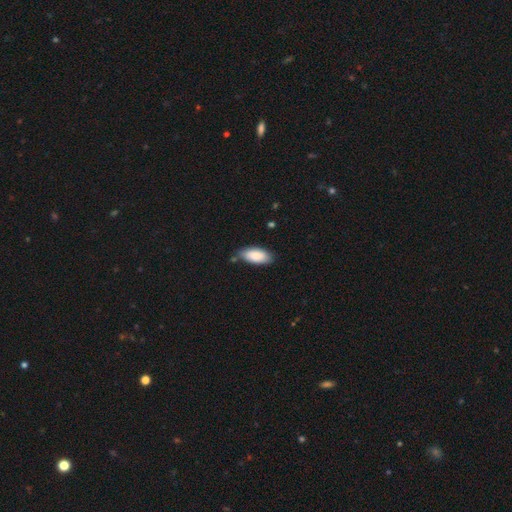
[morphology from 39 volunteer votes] smooth-or-featured: smooth: 90% | featured or disk: 5% | star or artifact: 5%
  how-rounded: in between: 91% | cigar-shaped: 6% | round: 3%
  merging: none: 68% | minor disturbance: 27% | major disturbance: 3% | merger: 3%